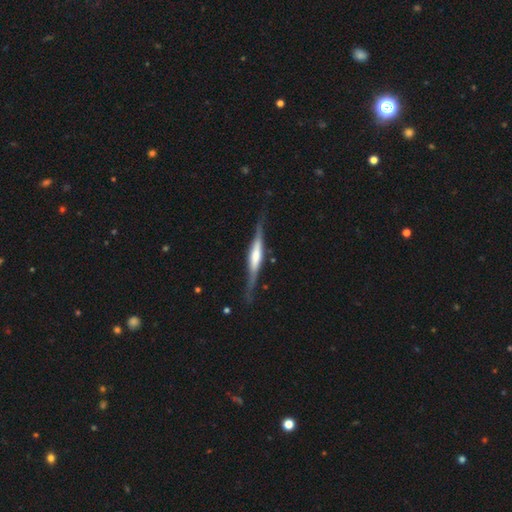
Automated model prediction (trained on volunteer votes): Overall: featured or disk (73%). Edge-on disk: yes (96%). Edge-on bulge: boxy (44%, tied with rounded). Merging: none (79%).